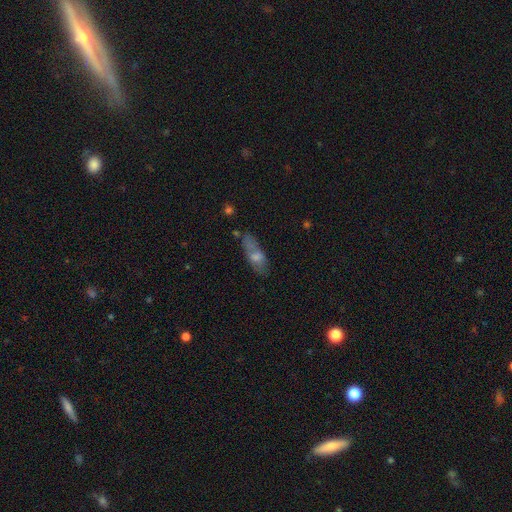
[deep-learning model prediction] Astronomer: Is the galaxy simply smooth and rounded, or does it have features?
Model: smooth — 63%.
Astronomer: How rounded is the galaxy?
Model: in between — 62%.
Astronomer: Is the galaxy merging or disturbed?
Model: none — 56%.